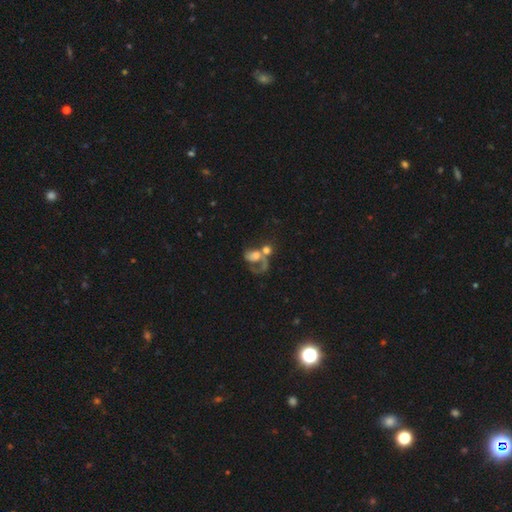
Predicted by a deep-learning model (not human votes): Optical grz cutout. It shows a featured or disk galaxy (55%) with no bar (75%), spiral arms (71%) and a moderate central bulge (42%). Merging: merger (56%).